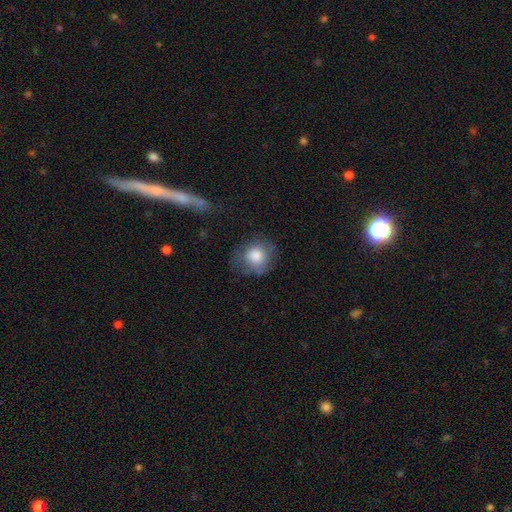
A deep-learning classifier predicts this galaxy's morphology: A smooth galaxy with no disk features (78%) that is round (77%). Merging: none (57%).